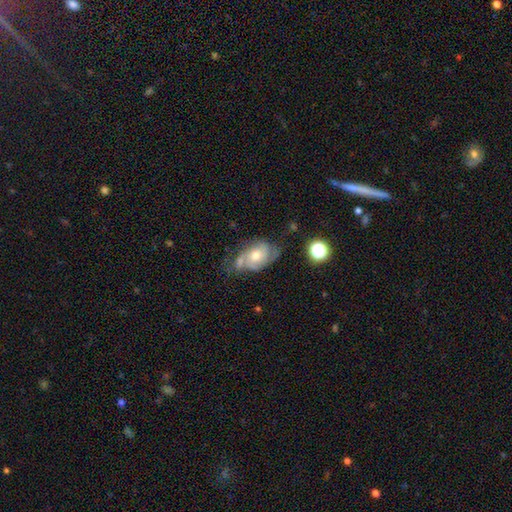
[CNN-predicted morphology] A featured or disk galaxy (61%) with no bar (76%), spiral arms (79%) and a moderate central bulge (65%).

Vote fractions:
- Smooth or featured? featured or disk: 61% / smooth: 30% / star or artifact: 9%
- Edge-on disk? no: 95% / yes: 5%
- Bar? no: 76% / weak: 20% / strong: 4%
- Spiral arms? yes: 79% / no: 21%
- Bulge size? moderate: 65% / small: 21% / large: 10% / none: 2% / dominant: 1%
- Merging? none: 44% / minor disturbance: 28% / major disturbance: 15% / merger: 13%